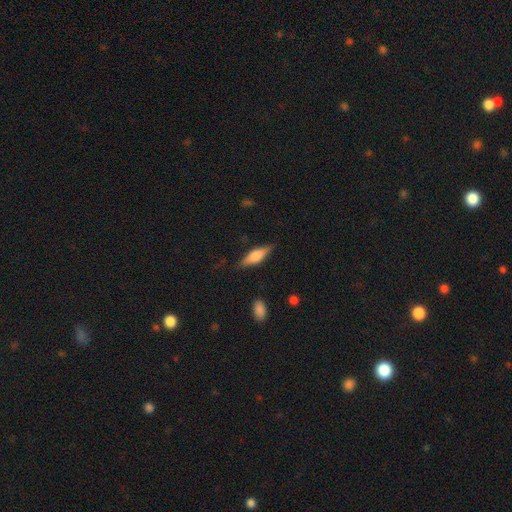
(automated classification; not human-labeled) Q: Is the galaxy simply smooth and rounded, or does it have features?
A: smooth — 53%.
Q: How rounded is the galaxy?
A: cigar-shaped — 51%.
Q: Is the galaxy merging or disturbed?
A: none — 83%.